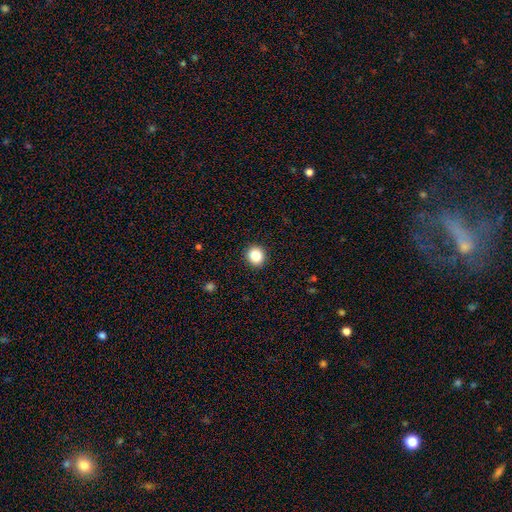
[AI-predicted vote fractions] Smooth or featured? smooth (87%)
How rounded? round (86%)
Merging? none (92%)